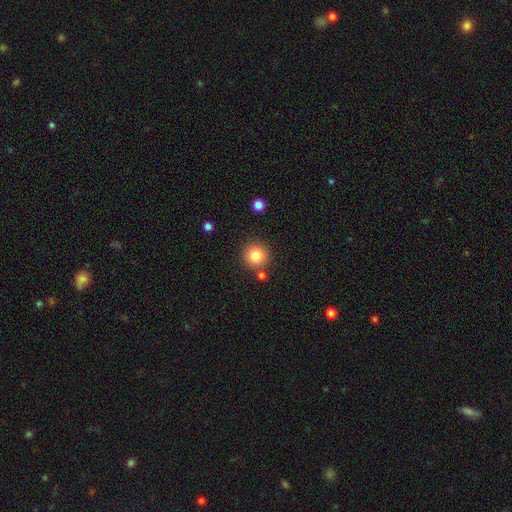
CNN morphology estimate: smooth-or-featured: smooth: 84% | star or artifact: 10% | featured or disk: 6%
  how-rounded: round: 94% | in between: 5% | cigar-shaped: 1%
  merging: none: 82% | merger: 8% | minor disturbance: 8% | major disturbance: 3%